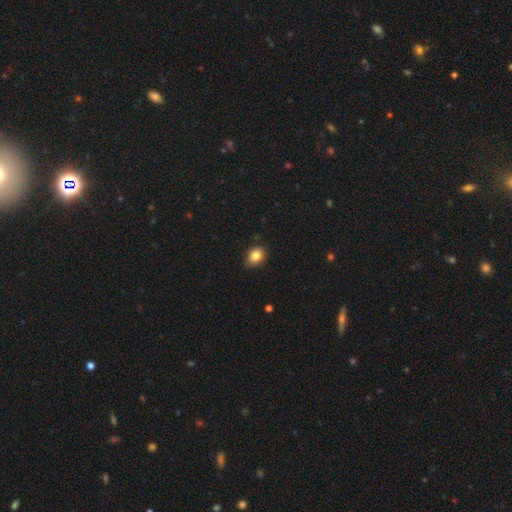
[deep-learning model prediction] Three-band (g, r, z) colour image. It shows a smooth galaxy with no disk features (83%) that is in between round and cigar-shaped (70%). Merging: none (76%).